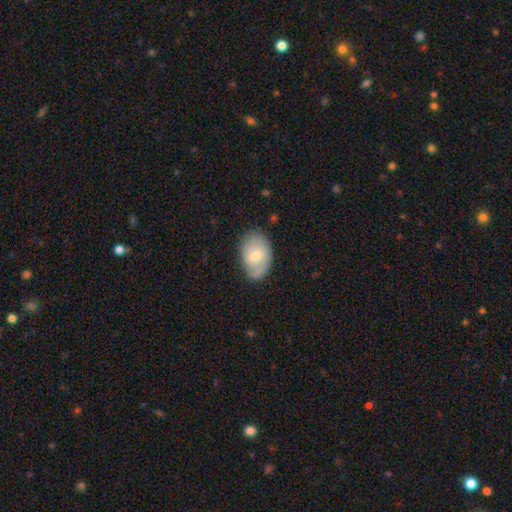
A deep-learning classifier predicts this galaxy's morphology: smooth 56%, featured or disk 38%, star or artifact 6%. Down the decision tree: how rounded — in between (85%); merging — none (71%).